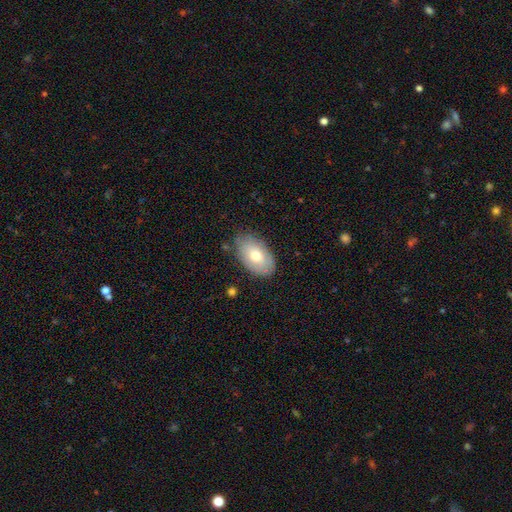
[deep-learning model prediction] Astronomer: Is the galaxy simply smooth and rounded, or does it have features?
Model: smooth — 71%.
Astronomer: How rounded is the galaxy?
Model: in between — 93%.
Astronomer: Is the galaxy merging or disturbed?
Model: none — 78%.